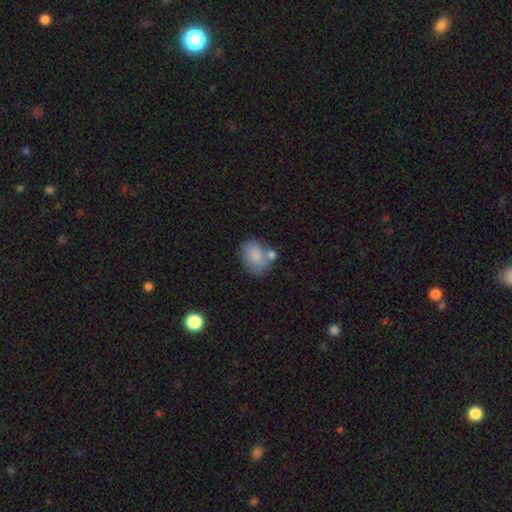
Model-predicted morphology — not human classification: type=smooth (78%); roundness=in between (62%); merging=none (49%).